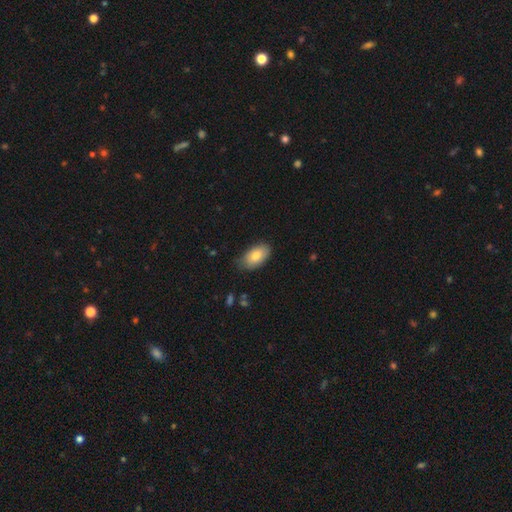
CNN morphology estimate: Overall: smooth (80%). How rounded: in between (94%). Merging: none (75%).